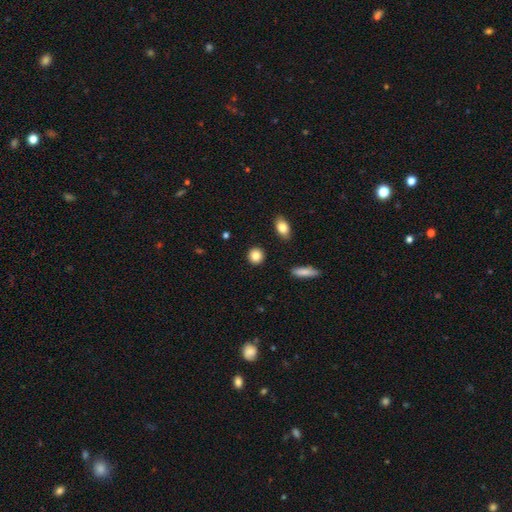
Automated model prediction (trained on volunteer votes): Smooth or featured?
  - smooth: 85% *
  - star or artifact: 8%
  - featured or disk: 6%
How rounded?
  - round: 85% *
  - in between: 13%
  - cigar-shaped: 2%
Merging?
  - none: 91% *
  - minor disturbance: 6%
  - major disturbance: 2%
  - merger: 2%